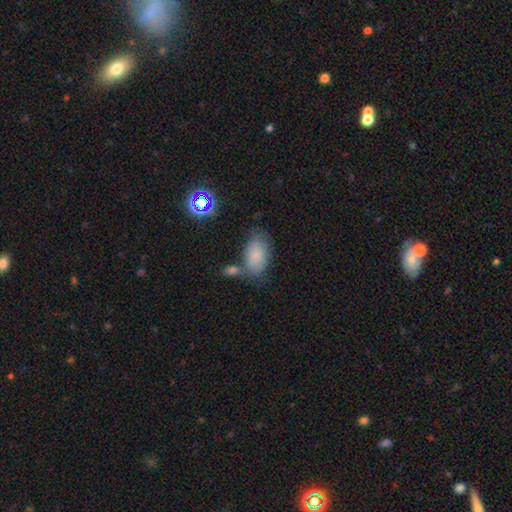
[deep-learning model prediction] This is clearly a smooth galaxy (80%). How rounded: clearly in between (92%). Merging: possibly none (55%).